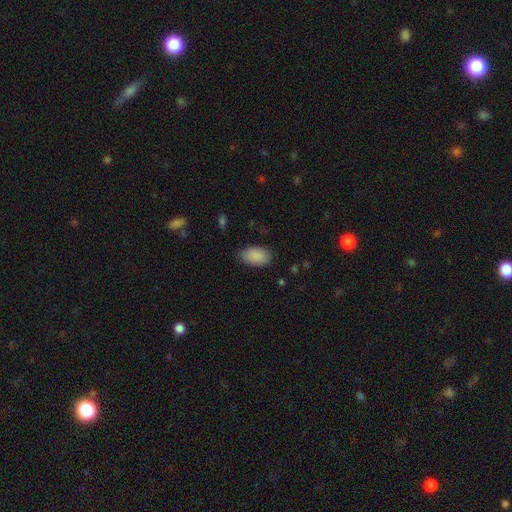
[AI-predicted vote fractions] This is clearly a smooth galaxy (90%). How rounded: clearly in between (93%). Merging: clearly none (82%).